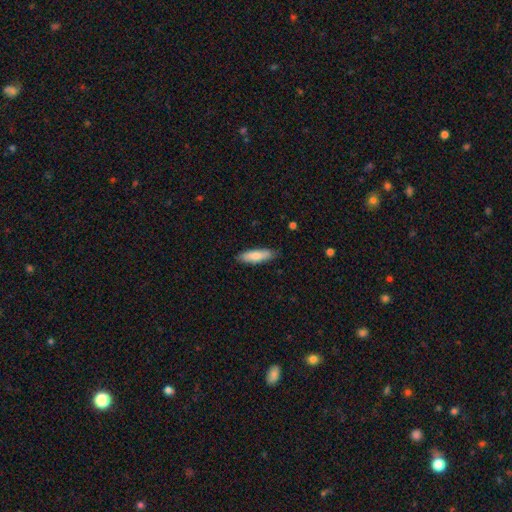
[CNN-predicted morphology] Smooth or featured? smooth (80%)
How rounded? cigar-shaped (53%)
Merging? none (85%)